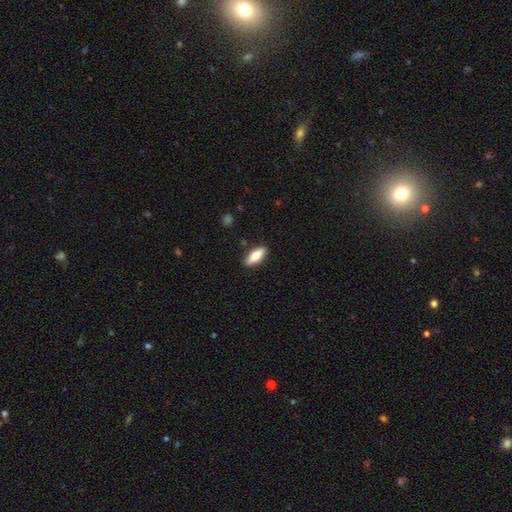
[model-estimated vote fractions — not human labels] Smooth or featured: smooth — 78% (featured or disk — 16%)
How rounded: in between — 73% (cigar-shaped — 24%)
Merging: none — 87% (minor disturbance — 10%)